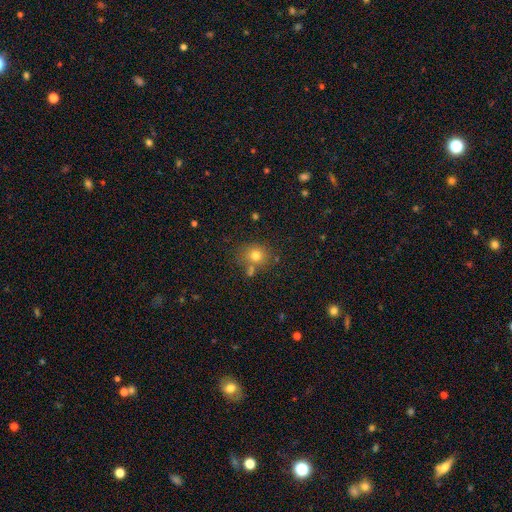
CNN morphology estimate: smooth 76%, star or artifact 15%, featured or disk 9%. Down the decision tree: how rounded — round (77%); merging — none (70%).